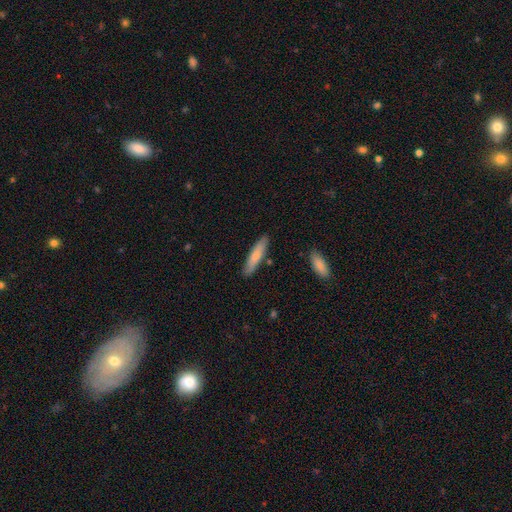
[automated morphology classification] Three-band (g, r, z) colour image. It shows a smooth galaxy with no disk features (74%) that is cigar-shaped (84%). Merging: none (85%).